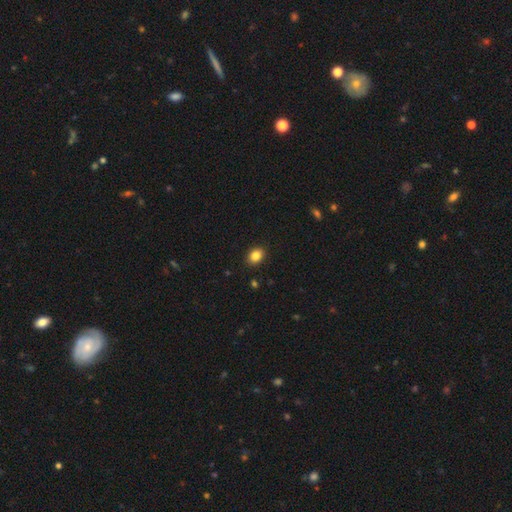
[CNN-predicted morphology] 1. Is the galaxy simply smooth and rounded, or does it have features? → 85% smooth, 10% star or artifact, 5% featured or disk.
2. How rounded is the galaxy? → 56% in between, 43% round, 1% cigar-shaped.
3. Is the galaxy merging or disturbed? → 90% none, 7% minor disturbance, 2% major disturbance, 1% merger.